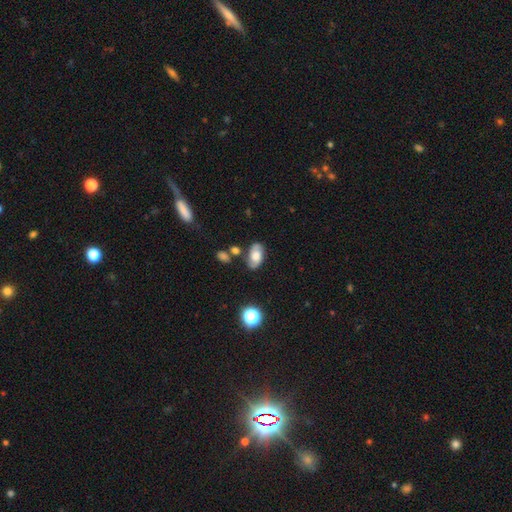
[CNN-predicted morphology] A featured or disk galaxy (52%). Merging: none (72%).